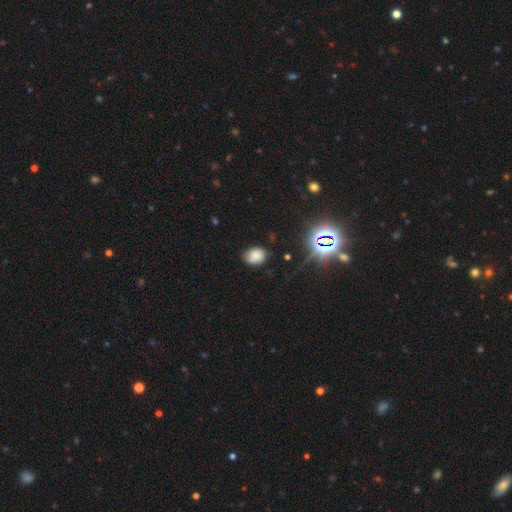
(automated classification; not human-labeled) A smooth galaxy with no disk features (73%) that is in between round and cigar-shaped (63%). Merging: none (73%).